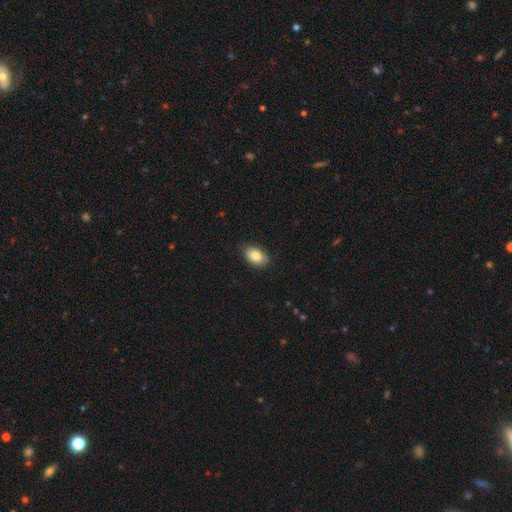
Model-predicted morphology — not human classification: This is clearly a smooth galaxy (83%). How rounded: clearly in between (90%). Merging: clearly none (85%).